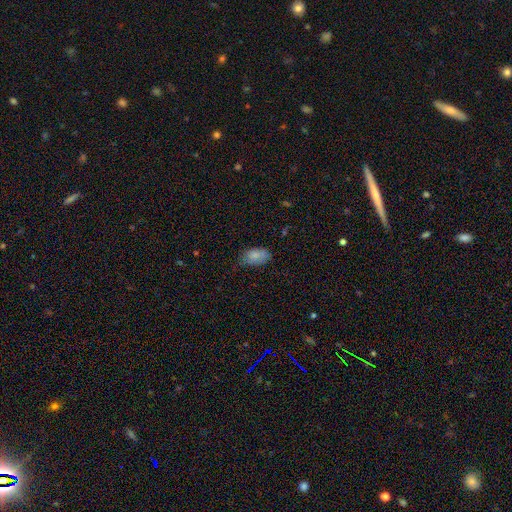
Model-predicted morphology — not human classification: type=smooth (84%); roundness=in between (93%); merging=none (59%).